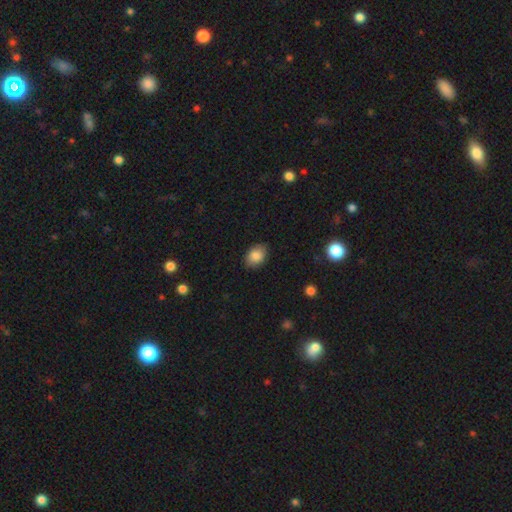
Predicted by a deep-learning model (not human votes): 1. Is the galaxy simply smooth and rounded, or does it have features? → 84% smooth, 9% star or artifact, 7% featured or disk.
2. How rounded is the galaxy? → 78% in between, 21% round, 1% cigar-shaped.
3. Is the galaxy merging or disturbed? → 86% none, 11% minor disturbance, 2% major disturbance, 1% merger.